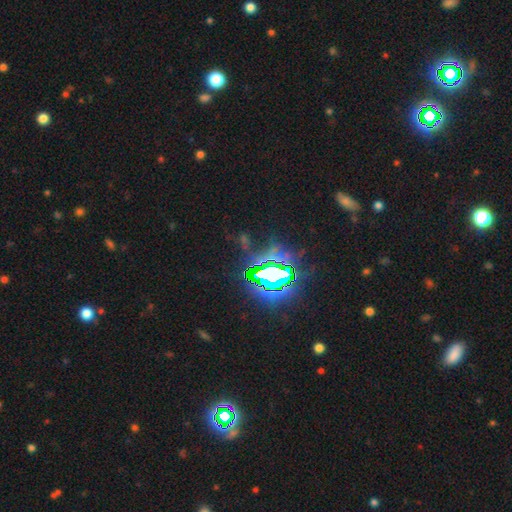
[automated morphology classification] This is clearly a star or artifact rather than a galaxy (83%).